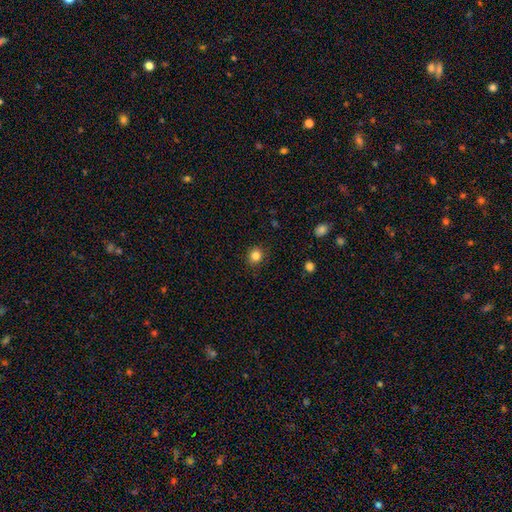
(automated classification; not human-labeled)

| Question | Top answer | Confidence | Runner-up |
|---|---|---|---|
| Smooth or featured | smooth | 84% | star or artifact (12%) |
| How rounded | round | 84% | in between (15%) |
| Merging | none | 89% | minor disturbance (8%) |